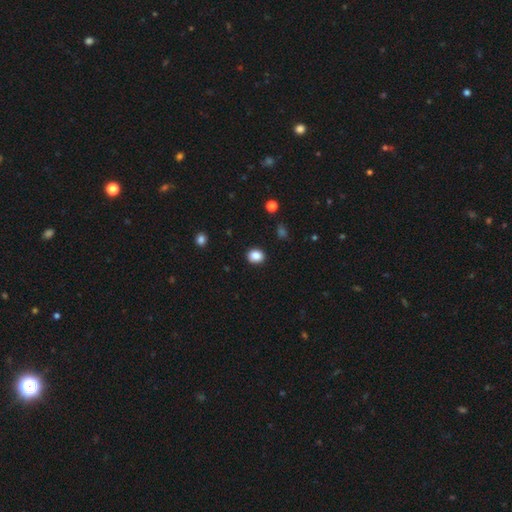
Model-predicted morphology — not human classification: Q: Smooth or featured?
A: smooth (87%); runner-up: star or artifact (10%)
Q: How rounded?
A: round (59%); runner-up: in between (40%)
Q: Merging?
A: none (90%); runner-up: minor disturbance (7%)